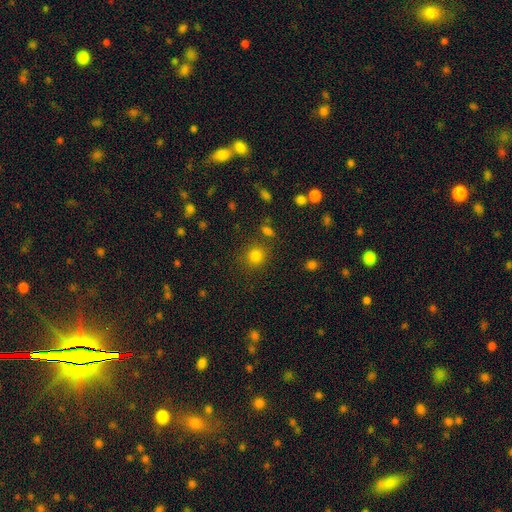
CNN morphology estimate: A smooth galaxy with no disk features (81%) that is round (87%).

Vote fractions:
- Smooth or featured? smooth: 81% / star or artifact: 14% / featured or disk: 5%
- How rounded? round: 87% / in between: 12% / cigar-shaped: 1%
- Merging? none: 82% / minor disturbance: 9% / merger: 5% / major disturbance: 4%